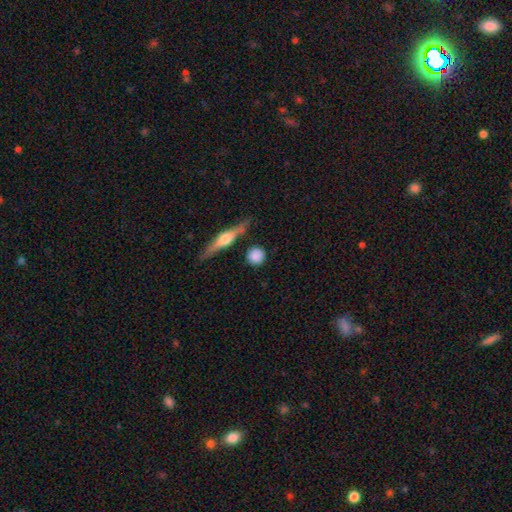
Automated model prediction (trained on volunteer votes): smooth_or_featured: smooth (p=0.79) [alt: featured or disk p=0.14]
how_rounded: round (p=0.88) [alt: in between p=0.08]
merging: none (p=0.80) [alt: minor disturbance p=0.11]